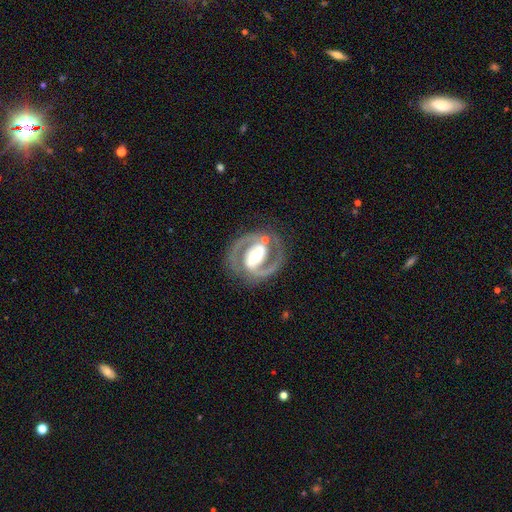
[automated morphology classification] featured or disk 90%, smooth 6%, star or artifact 4%. Down the decision tree: edge-on disk — no (97%); bar — strong (56%); spiral arms — yes (94%); spiral arm count — 2 (92%); spiral winding — medium (51%); bulge size — moderate (65%); merging — none (81%).